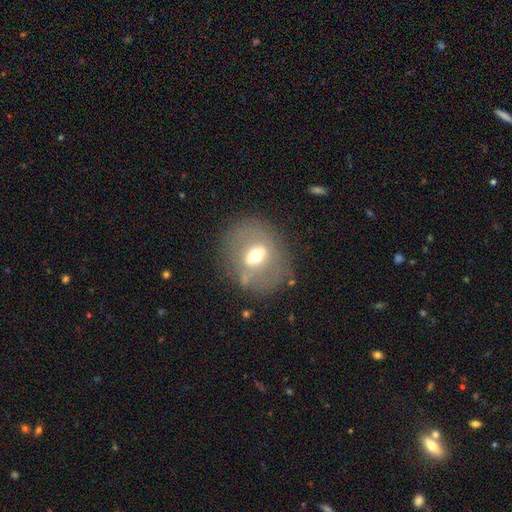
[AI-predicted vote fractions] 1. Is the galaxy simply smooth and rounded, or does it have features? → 51% featured or disk, 39% smooth, 10% star or artifact.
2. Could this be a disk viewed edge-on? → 86% no, 14% yes.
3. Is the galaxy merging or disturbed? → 75% none, 14% minor disturbance, 9% major disturbance, 3% merger.